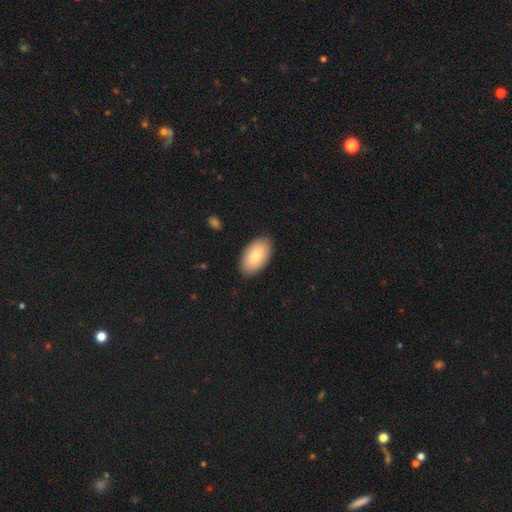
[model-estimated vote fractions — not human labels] Smooth or featured? smooth (79%)
How rounded? in between (95%)
Merging? none (87%)